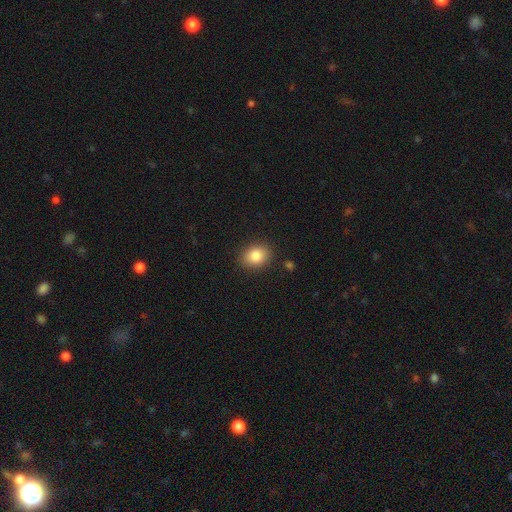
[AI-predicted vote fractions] Smooth or featured?
  - smooth: 85% *
  - star or artifact: 9%
  - featured or disk: 6%
How rounded?
  - in between: 52% *
  - round: 47%
  - cigar-shaped: 1%
Merging?
  - none: 88% *
  - minor disturbance: 8%
  - major disturbance: 2%
  - merger: 1%